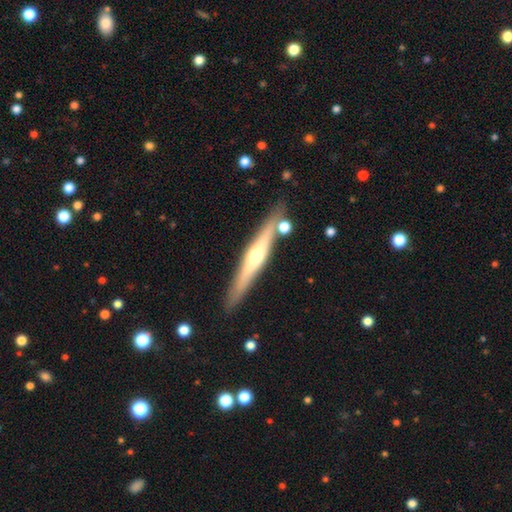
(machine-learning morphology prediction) A featured or disk galaxy (65%) viewed edge-on (95%) with a rounded central bulge (86%).

Vote fractions:
- Smooth or featured? featured or disk: 65% / smooth: 29% / star or artifact: 6%
- Edge-on disk? yes: 95% / no: 5%
- Edge-on bulge? rounded: 86% / none: 8% / boxy: 6%
- Merging? none: 84% / minor disturbance: 10% / merger: 4% / major disturbance: 2%